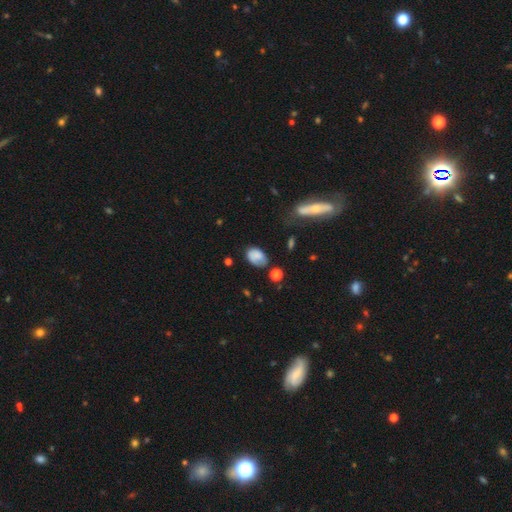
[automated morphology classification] smooth 77%, featured or disk 14%, star or artifact 9%. Down the decision tree: how rounded — in between (85%); merging — none (55%).